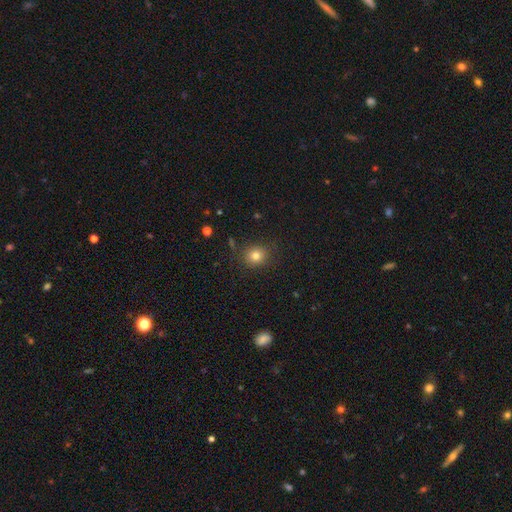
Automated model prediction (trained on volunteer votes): Smooth or featured?
  - smooth: 80% *
  - star or artifact: 13%
  - featured or disk: 7%
How rounded?
  - round: 77% *
  - in between: 22%
  - cigar-shaped: 1%
Merging?
  - none: 85% *
  - minor disturbance: 10%
  - major disturbance: 3%
  - merger: 2%